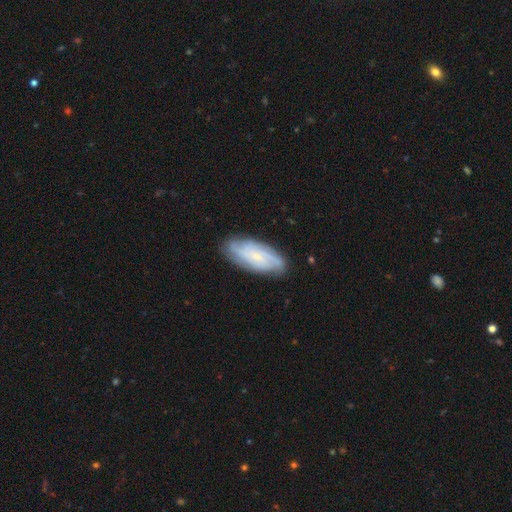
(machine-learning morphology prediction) smooth-or-featured: featured or disk: 67% | smooth: 26% | star or artifact: 7%
  disk-edge-on: no: 90% | yes: 10%
    bar: no: 71% | weak: 24% | strong: 5%
    has-spiral-arms: yes: 92% | no: 8%
      spiral-winding: tight: 55% | medium: 33% | loose: 12%
      spiral-arm-count: can't tell: 38% | 3: 19% | 4: 16% | 2: 16% | more than 4: 6% | 1: 5%
    bulge-size: small: 76% | moderate: 16% | none: 5% | large: 1% | dominant: 1%
  merging: none: 82% | minor disturbance: 14% | major disturbance: 3% | merger: 1%